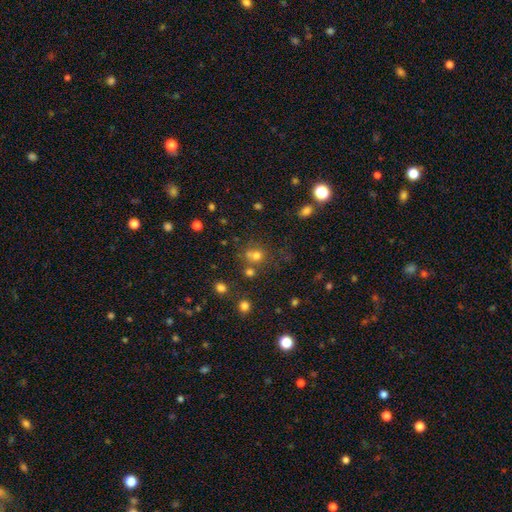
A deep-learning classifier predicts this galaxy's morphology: type=smooth (66%); roundness=round (75%); merging=none (51%).